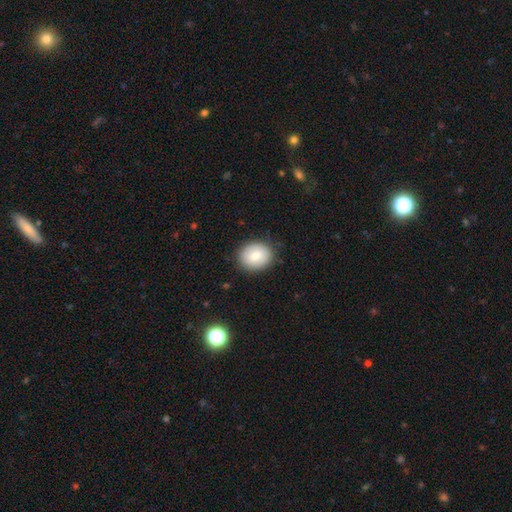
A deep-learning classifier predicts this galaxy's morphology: A smooth galaxy with no disk features (81%) that is round (57%).

Vote fractions:
- Smooth or featured? smooth: 81% / featured or disk: 12% / star or artifact: 7%
- How rounded? round: 57% / in between: 42% / cigar-shaped: 1%
- Merging? none: 86% / minor disturbance: 10% / major disturbance: 3% / merger: 1%